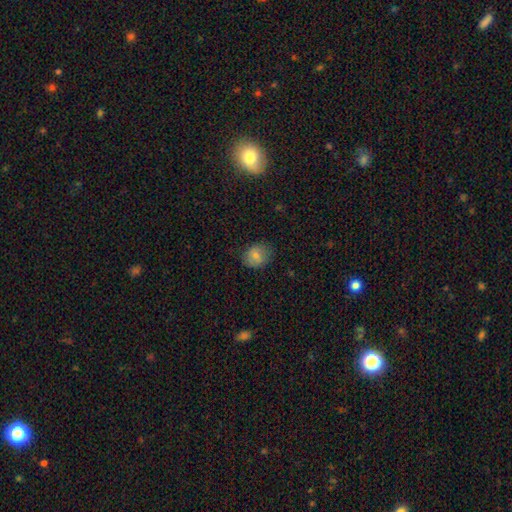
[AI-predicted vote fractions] Smooth or featured? Predicted: smooth (p=0.77). How rounded? Predicted: round (p=0.61). Merging? Predicted: none (p=0.78).